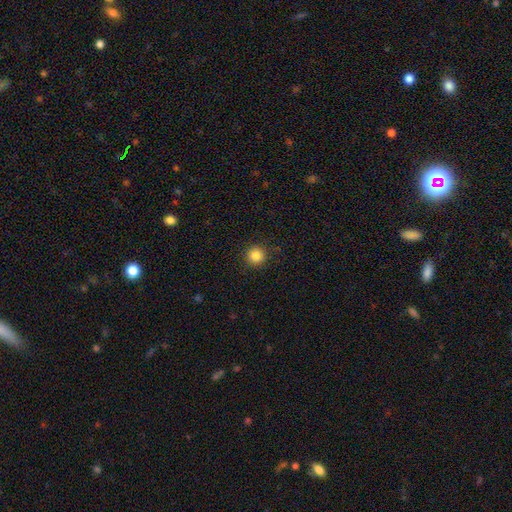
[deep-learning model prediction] This appears to be a smooth galaxy with no disk features (86%) that is round (95%). Merging: none (91%).